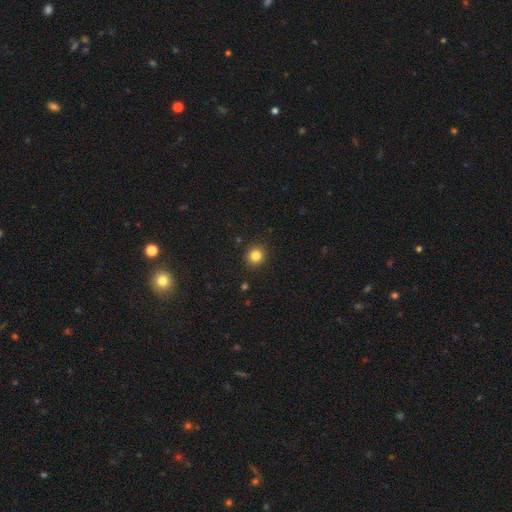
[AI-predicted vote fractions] Overall: smooth (84%). How rounded: round (90%). Merging: none (91%).